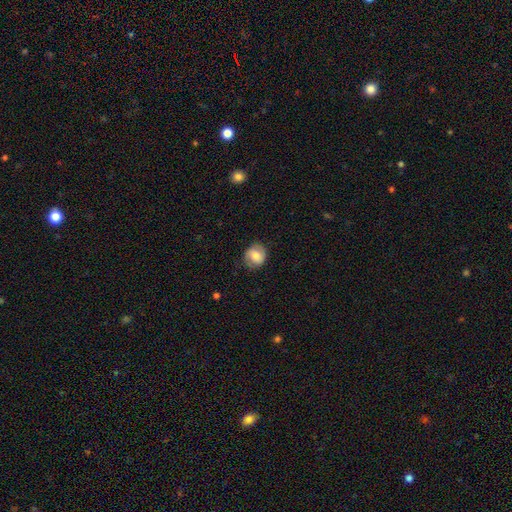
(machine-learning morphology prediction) Smooth or featured? smooth (67%)
How rounded? round (74%)
Merging? none (77%)